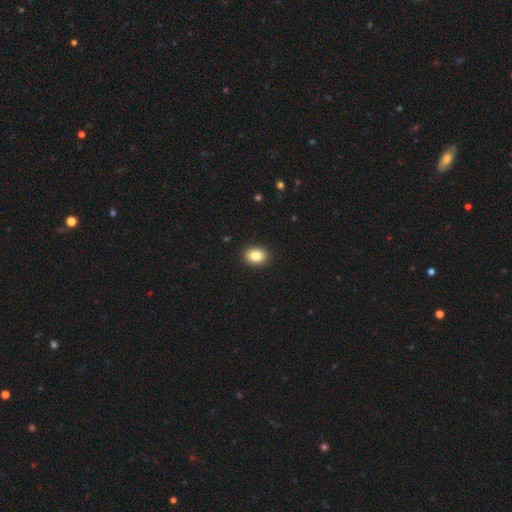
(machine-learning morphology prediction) A smooth galaxy with no disk features (85%) that is in between round and cigar-shaped (68%).

Vote fractions:
- Smooth or featured? smooth: 85% / star or artifact: 9% / featured or disk: 6%
- How rounded? in between: 68% / round: 31% / cigar-shaped: 1%
- Merging? none: 91% / minor disturbance: 6% / major disturbance: 2% / merger: 1%